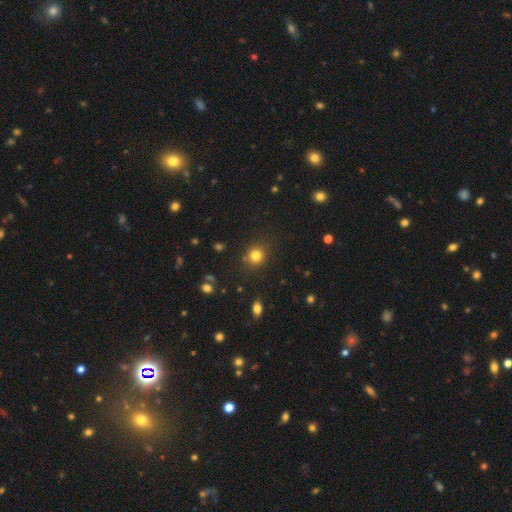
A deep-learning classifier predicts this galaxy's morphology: Smooth or featured?
  - smooth: 81% *
  - star or artifact: 13%
  - featured or disk: 6%
How rounded?
  - round: 85% *
  - in between: 14%
  - cigar-shaped: 1%
Merging?
  - none: 84% *
  - minor disturbance: 10%
  - major disturbance: 3%
  - merger: 3%